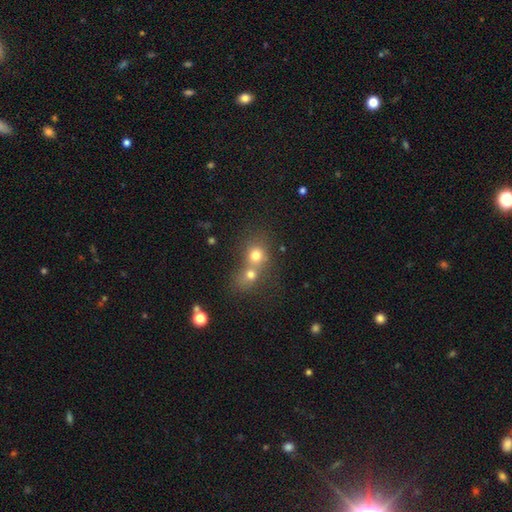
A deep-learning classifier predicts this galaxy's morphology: smooth 72%, star or artifact 14%, featured or disk 13%. Down the decision tree: how rounded — round (77%); merging — merger (60%).